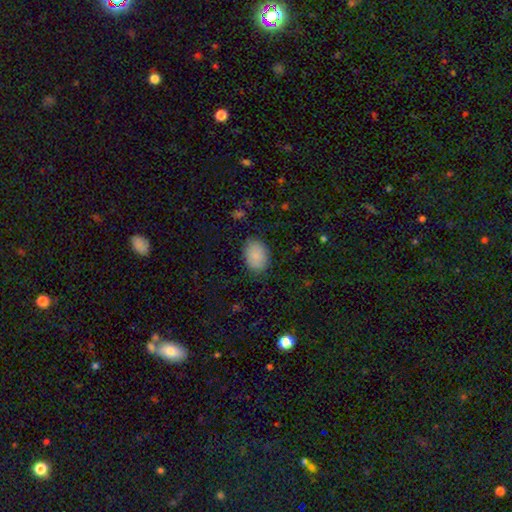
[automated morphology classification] Smooth or featured: smooth — 88% (star or artifact — 7%)
How rounded: in between — 77% (round — 22%)
Merging: none — 82% (minor disturbance — 14%)